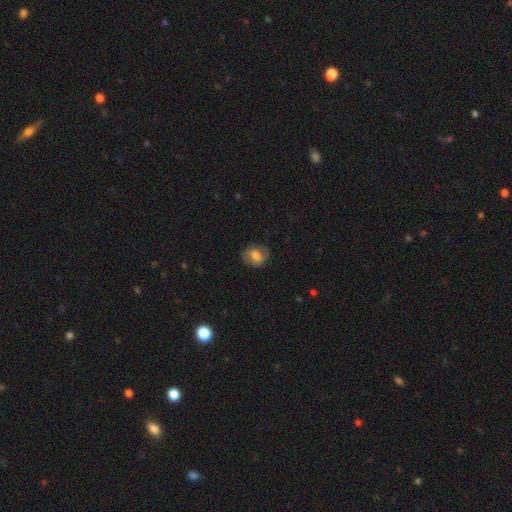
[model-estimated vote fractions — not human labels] smooth-or-featured: smooth: 65% | featured or disk: 26% | star or artifact: 8%
  how-rounded: round: 55% | in between: 44% | cigar-shaped: 1%
  merging: none: 78% | minor disturbance: 15% | major disturbance: 6% | merger: 1%